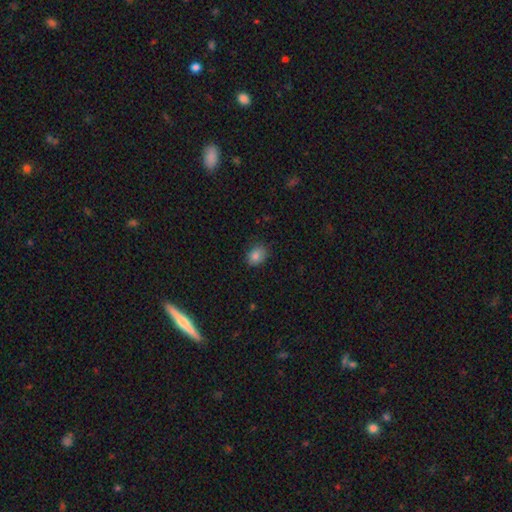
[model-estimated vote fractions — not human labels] A smooth galaxy with no disk features (84%) that is in between round and cigar-shaped (58%). Merging: none (81%).